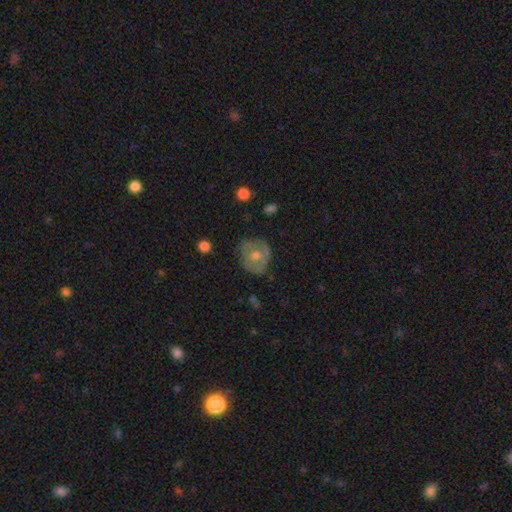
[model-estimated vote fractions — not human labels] featured or disk 46% (tied), smooth 46% (tied), star or artifact 8%. Down the decision tree: merging — none (70%).